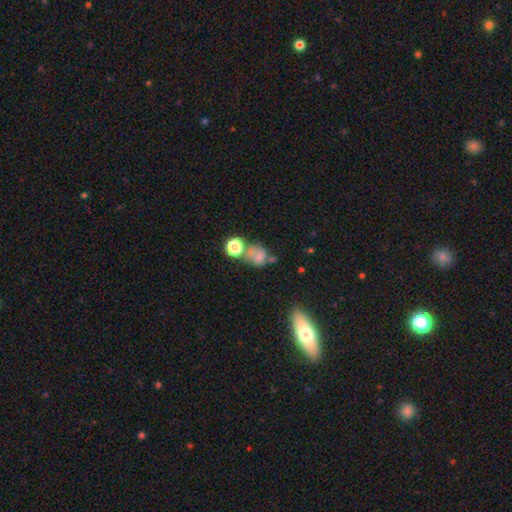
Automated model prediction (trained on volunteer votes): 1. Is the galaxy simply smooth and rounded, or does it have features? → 62% smooth, 19% featured or disk, 19% star or artifact.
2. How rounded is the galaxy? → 53% round, 45% in between, 2% cigar-shaped.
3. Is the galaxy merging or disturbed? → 36% merger, 33% none, 17% minor disturbance, 15% major disturbance.